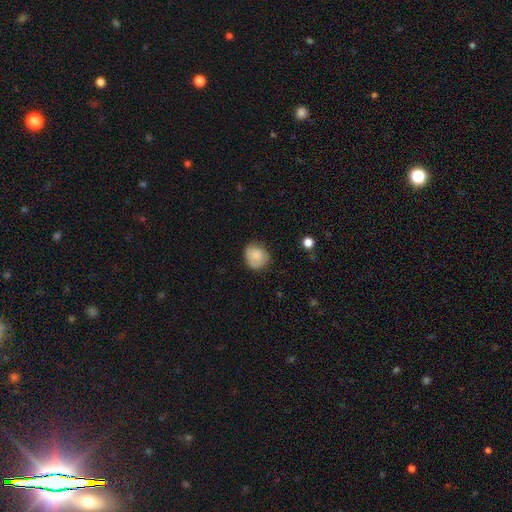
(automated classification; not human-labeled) smooth 81%, featured or disk 11%, star or artifact 7%. Down the decision tree: how rounded — round (75%); merging — none (67%).